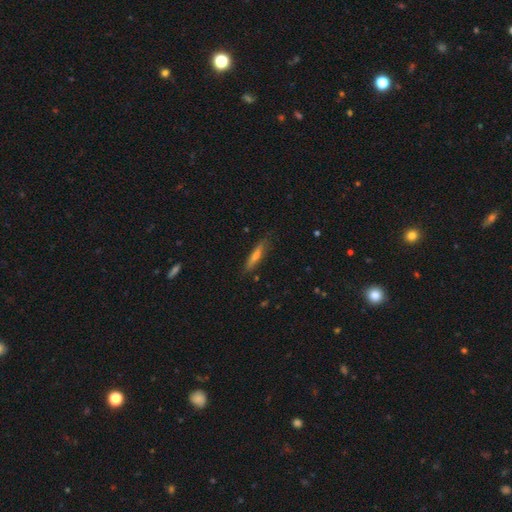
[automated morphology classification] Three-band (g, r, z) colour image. It shows a smooth galaxy with no disk features (49%). Merging: none (84%).